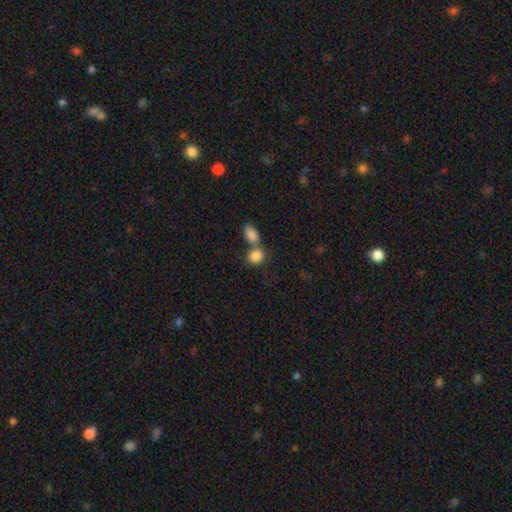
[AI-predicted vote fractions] smooth 86%, star or artifact 8%, featured or disk 6%. Down the decision tree: how rounded — in between (57%); merging — merger (50%).